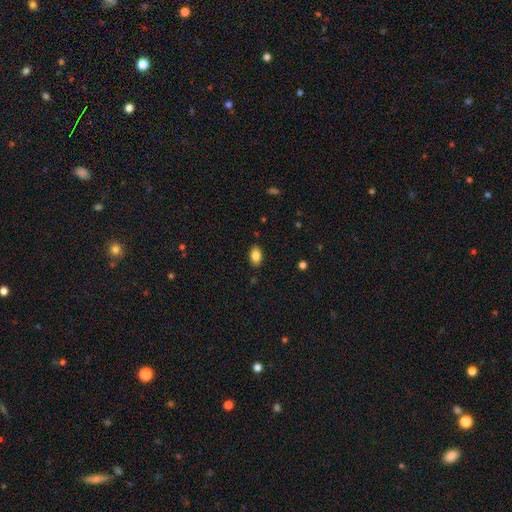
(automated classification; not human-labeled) smooth-or-featured: smooth: 84% | star or artifact: 8% | featured or disk: 8%
  how-rounded: in between: 89% | round: 9% | cigar-shaped: 2%
  merging: none: 88% | minor disturbance: 9% | major disturbance: 2% | merger: 1%